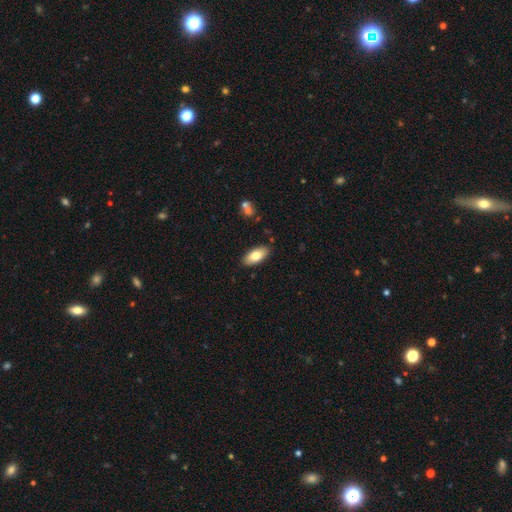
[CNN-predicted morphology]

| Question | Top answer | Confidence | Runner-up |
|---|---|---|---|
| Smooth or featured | smooth | 77% | featured or disk (16%) |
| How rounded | in between | 91% | cigar-shaped (7%) |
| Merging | none | 87% | minor disturbance (10%) |